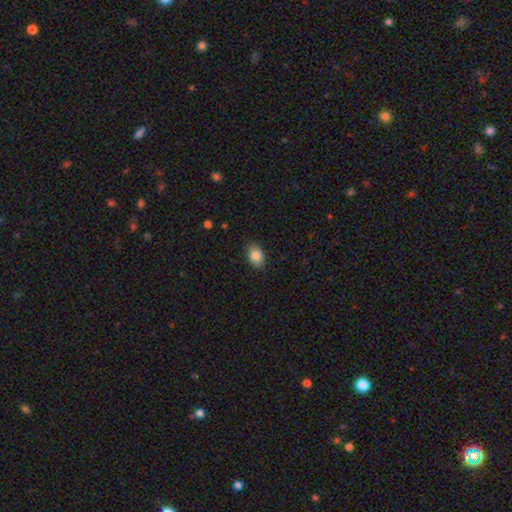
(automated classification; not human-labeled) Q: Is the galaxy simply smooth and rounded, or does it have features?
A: smooth — 85%.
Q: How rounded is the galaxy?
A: in between — 83%.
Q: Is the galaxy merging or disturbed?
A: none — 88%.